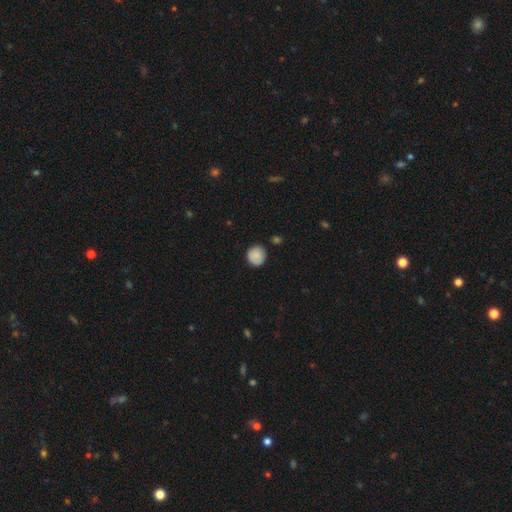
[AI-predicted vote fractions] Overall: smooth (86%). How rounded: round (91%). Merging: none (84%).